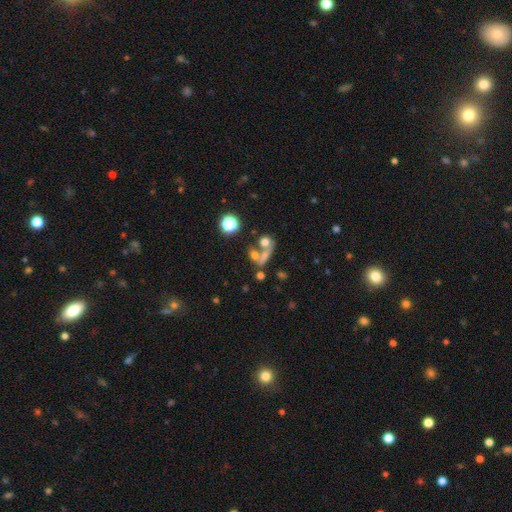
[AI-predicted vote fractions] Smooth or featured? Predicted: smooth (p=0.59). How rounded? Predicted: round (p=0.48). Merging? Predicted: merger (p=0.49).